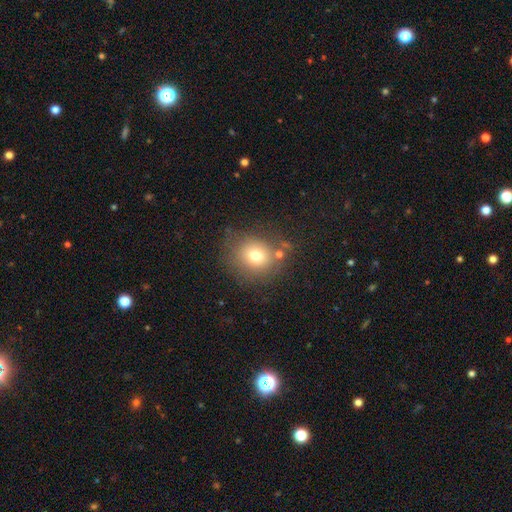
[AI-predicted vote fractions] Smooth or featured: smooth — 74% (star or artifact — 14%)
How rounded: round — 78% (in between — 21%)
Merging: none — 73% (minor disturbance — 14%)